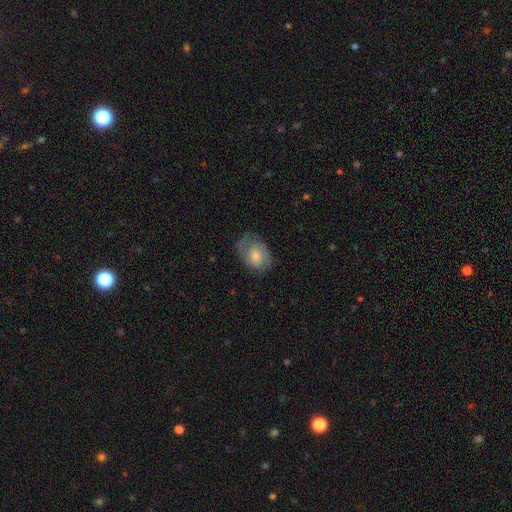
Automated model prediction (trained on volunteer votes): Morphology: type=featured or disk (58%); edge-on=no (96%); bar=no (62%); spiral arms=yes (85%); bulge=moderate (52%); merging=none (72%).